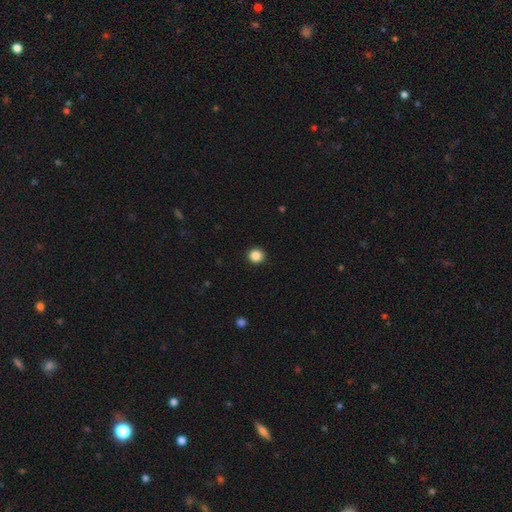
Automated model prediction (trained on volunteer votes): Smooth or featured?
  - smooth: 87% *
  - star or artifact: 10%
  - featured or disk: 3%
How rounded?
  - round: 93% *
  - in between: 6%
  - cigar-shaped: 1%
Merging?
  - none: 93% *
  - minor disturbance: 4%
  - major disturbance: 2%
  - merger: 1%